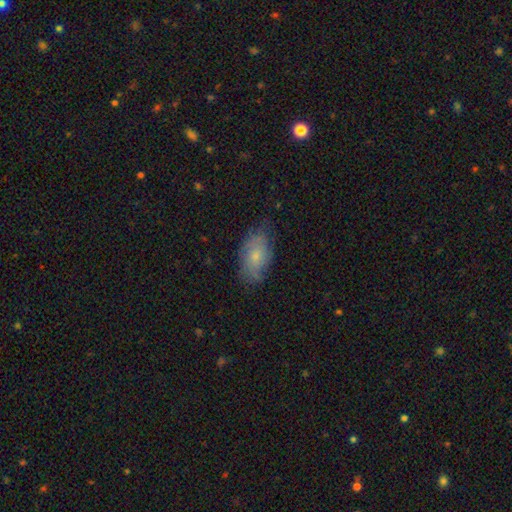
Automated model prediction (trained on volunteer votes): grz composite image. It shows a smooth galaxy with no disk features (60%) that is in between round and cigar-shaped (91%). Merging: none (65%).